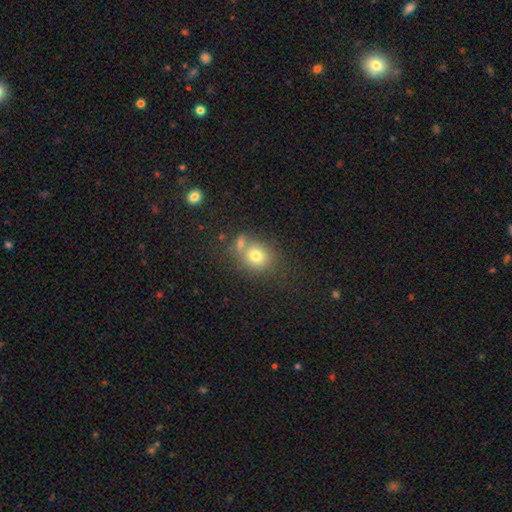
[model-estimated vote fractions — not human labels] A smooth galaxy with no disk features (75%) that is round (65%). Merging: none (57%).